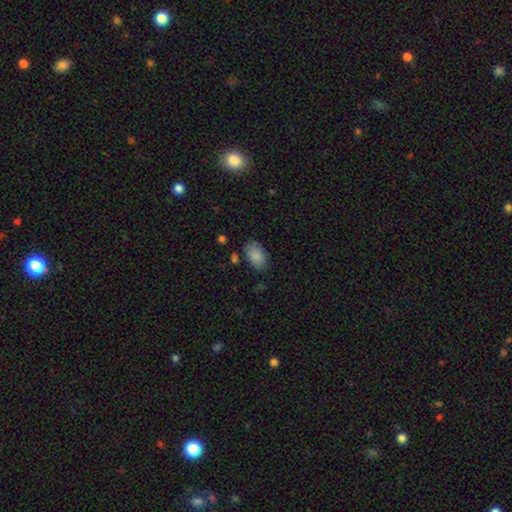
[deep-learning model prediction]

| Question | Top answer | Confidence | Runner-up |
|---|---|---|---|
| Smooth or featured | smooth | 87% | star or artifact (7%) |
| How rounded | in between | 92% | round (6%) |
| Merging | none | 76% | minor disturbance (17%) |